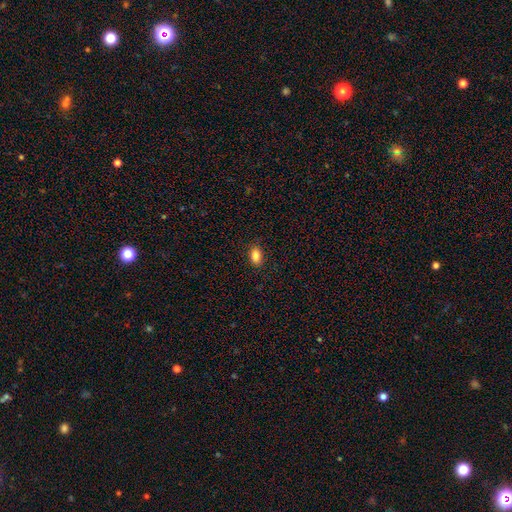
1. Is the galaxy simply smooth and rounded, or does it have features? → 95% smooth, 3% featured or disk, 3% star or artifact.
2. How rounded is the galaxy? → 89% in between, 11% round, 0% cigar-shaped.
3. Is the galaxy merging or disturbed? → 87% none, 11% minor disturbance, 3% merger, 0% major disturbance.